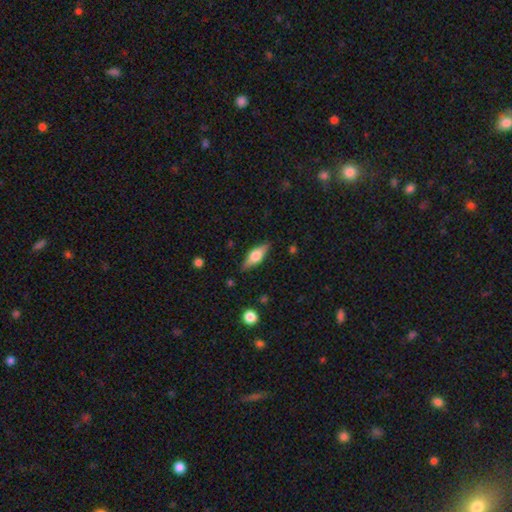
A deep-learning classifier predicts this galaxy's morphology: smooth_or_featured: smooth (p=0.51) [alt: featured or disk p=0.43]
how_rounded: in between (p=0.62) [alt: cigar-shaped p=0.35]
merging: none (p=0.85) [alt: minor disturbance p=0.11]